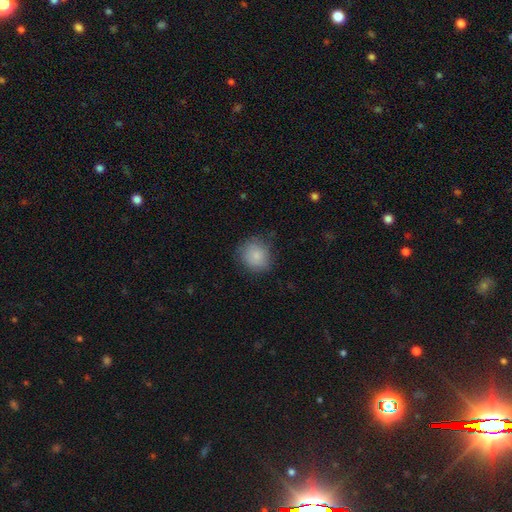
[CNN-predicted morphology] A smooth galaxy with no disk features (84%) that is round (86%). Merging: none (76%).